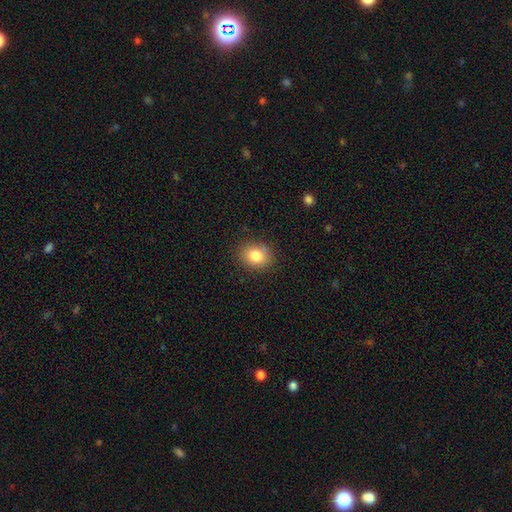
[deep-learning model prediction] Q: Smooth or featured?
A: smooth (82%); runner-up: star or artifact (10%)
Q: How rounded?
A: round (54%); runner-up: in between (45%)
Q: Merging?
A: none (85%); runner-up: minor disturbance (11%)